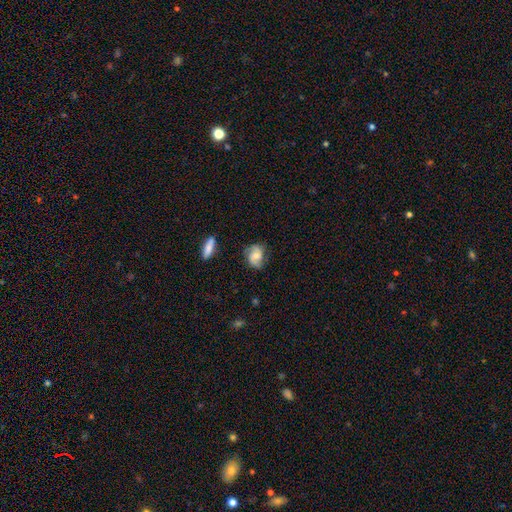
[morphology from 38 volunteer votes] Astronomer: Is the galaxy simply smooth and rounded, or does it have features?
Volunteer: featured or disk — 71%.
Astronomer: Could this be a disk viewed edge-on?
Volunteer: no — 100%.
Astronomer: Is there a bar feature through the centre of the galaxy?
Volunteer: no — 78%.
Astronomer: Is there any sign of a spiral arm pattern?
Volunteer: yes — 89%.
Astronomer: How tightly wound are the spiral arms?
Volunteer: medium — 54% (runner-up: loose, 29%).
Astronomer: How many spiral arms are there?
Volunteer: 2 — 83%.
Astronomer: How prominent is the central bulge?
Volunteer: moderate — 52% (runner-up: small, 44%).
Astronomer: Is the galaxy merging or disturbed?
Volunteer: none — 63%.